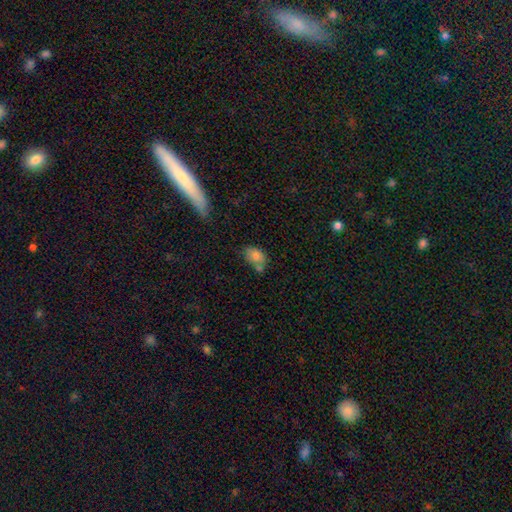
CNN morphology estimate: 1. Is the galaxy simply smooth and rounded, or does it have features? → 80% smooth, 11% featured or disk, 9% star or artifact.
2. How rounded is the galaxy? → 79% in between, 20% round, 1% cigar-shaped.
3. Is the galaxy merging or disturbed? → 51% none, 24% merger, 20% minor disturbance, 5% major disturbance.